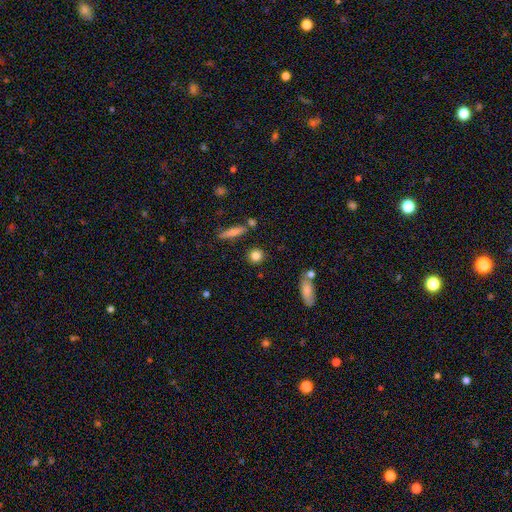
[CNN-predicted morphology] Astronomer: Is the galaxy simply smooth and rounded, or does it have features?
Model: smooth — 82%.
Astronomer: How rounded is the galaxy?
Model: round — 80%.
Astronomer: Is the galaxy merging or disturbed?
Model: none — 85%.